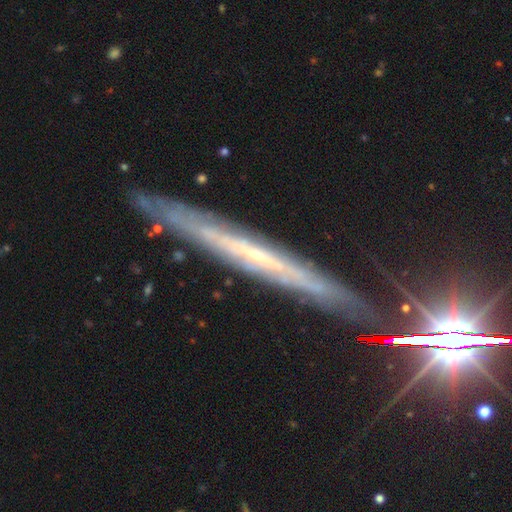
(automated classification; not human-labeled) Q: Smooth or featured?
A: featured or disk (73%); runner-up: smooth (14%)
Q: Edge-on disk?
A: yes (86%); runner-up: no (14%)
Q: Edge-on bulge?
A: none (70%); runner-up: rounded (25%)
Q: Merging?
A: none (84%); runner-up: minor disturbance (12%)